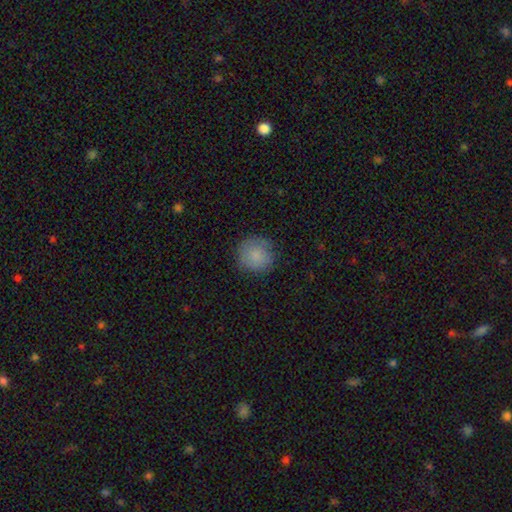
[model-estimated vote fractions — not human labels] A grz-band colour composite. It shows a smooth galaxy with no disk features (85%) that is round (93%). Merging: none (82%).